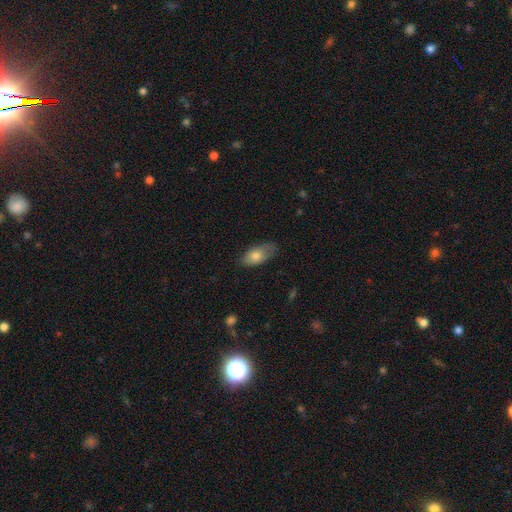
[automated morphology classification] A smooth galaxy with no disk features (73%) that is in between round and cigar-shaped (90%).

Vote fractions:
- Smooth or featured? smooth: 73% / featured or disk: 21% / star or artifact: 7%
- How rounded? in between: 90% / cigar-shaped: 5% / round: 4%
- Merging? none: 65% / minor disturbance: 27% / major disturbance: 7% / merger: 1%